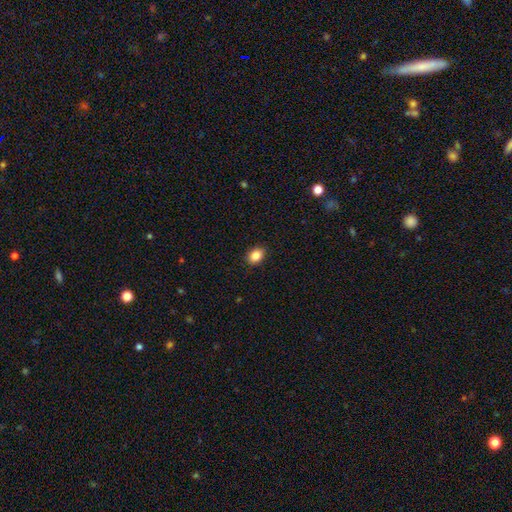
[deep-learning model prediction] smooth-or-featured: smooth: 86% | star or artifact: 9% | featured or disk: 5%
  how-rounded: in between: 66% | round: 33% | cigar-shaped: 1%
  merging: none: 90% | minor disturbance: 7% | major disturbance: 2% | merger: 1%